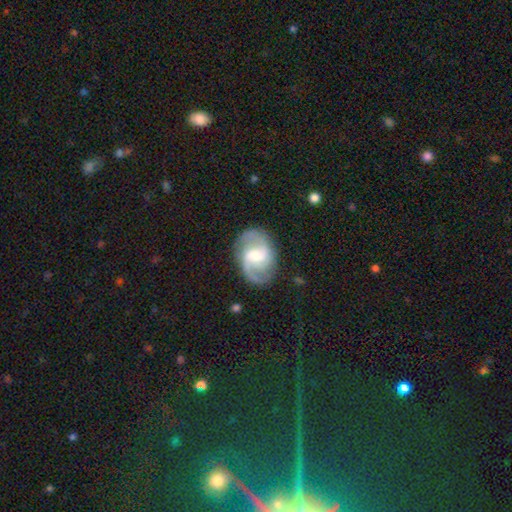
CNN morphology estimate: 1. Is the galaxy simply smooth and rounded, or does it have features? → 84% featured or disk, 11% smooth, 5% star or artifact.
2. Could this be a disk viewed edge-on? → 97% no, 3% yes.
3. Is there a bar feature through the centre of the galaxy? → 59% weak, 22% strong, 18% no.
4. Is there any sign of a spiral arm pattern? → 95% yes, 5% no.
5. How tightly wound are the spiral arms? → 52% medium, 30% loose, 18% tight.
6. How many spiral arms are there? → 86% 2, 5% can't tell, 4% 3, 2% 1, 1% 4, 1% more than 4.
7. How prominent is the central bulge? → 57% moderate, 25% small, 13% large, 4% none, 1% dominant.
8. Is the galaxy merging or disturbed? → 80% none, 13% minor disturbance, 6% major disturbance, 1% merger.